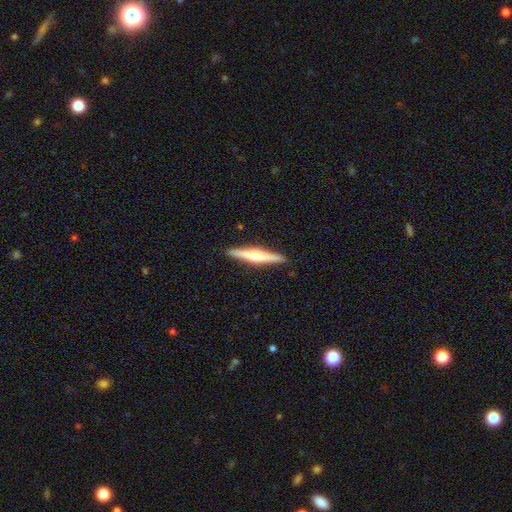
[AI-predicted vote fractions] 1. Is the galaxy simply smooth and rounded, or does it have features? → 54% featured or disk, 41% smooth, 5% star or artifact.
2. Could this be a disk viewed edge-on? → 97% yes, 3% no.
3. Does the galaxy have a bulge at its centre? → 69% rounded, 18% none, 13% boxy.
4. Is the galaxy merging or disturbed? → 91% none, 6% minor disturbance, 1% major disturbance, 1% merger.